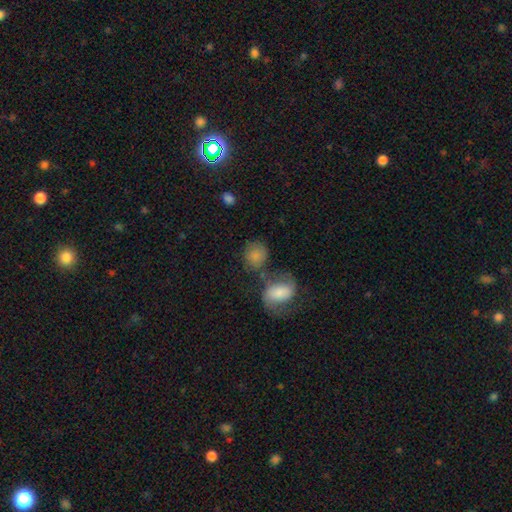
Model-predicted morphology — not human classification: The model was most divided on "merging": none: 47%, merger: 27%, minor disturbance: 16%, major disturbance: 9%. More confident: smooth or featured — smooth (78%); how rounded — round (66%).